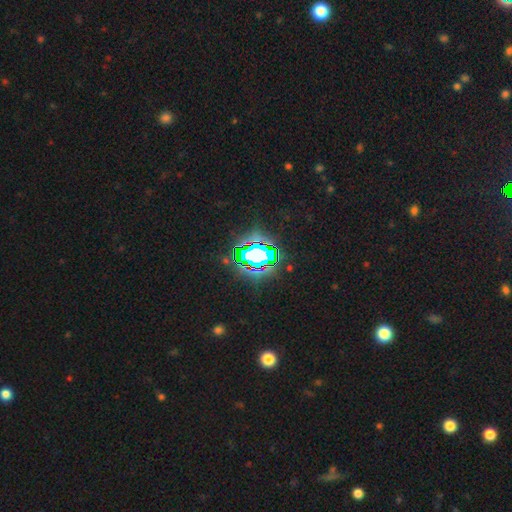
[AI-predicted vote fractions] Smooth or featured? star or artifact (69%)